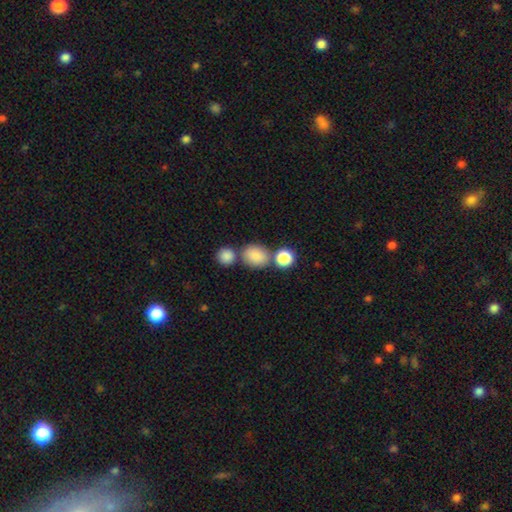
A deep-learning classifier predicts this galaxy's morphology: type=smooth (84%); roundness=in between (56%); merging=none (60%).